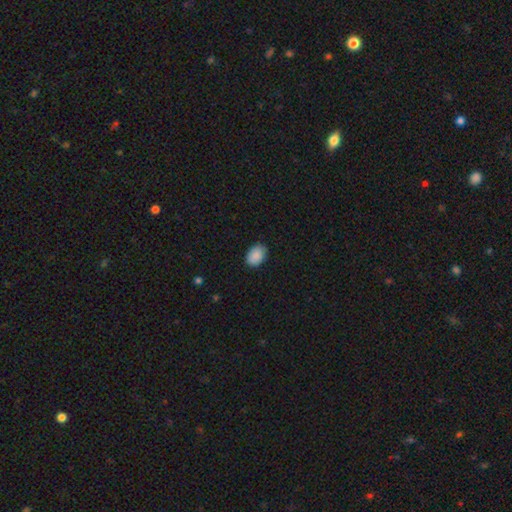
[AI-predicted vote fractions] Morphology: type=smooth (90%); roundness=in between (79%); merging=none (86%).